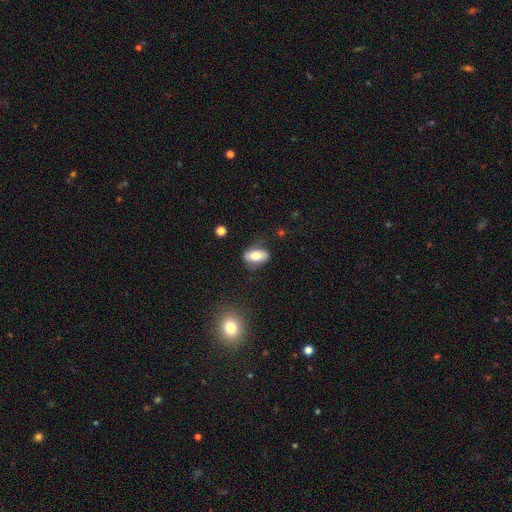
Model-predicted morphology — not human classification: smooth_or_featured: smooth (p=0.74) [alt: featured or disk p=0.18]
how_rounded: in between (p=0.89) [alt: round p=0.06]
merging: none (p=0.70) [alt: minor disturbance p=0.21]